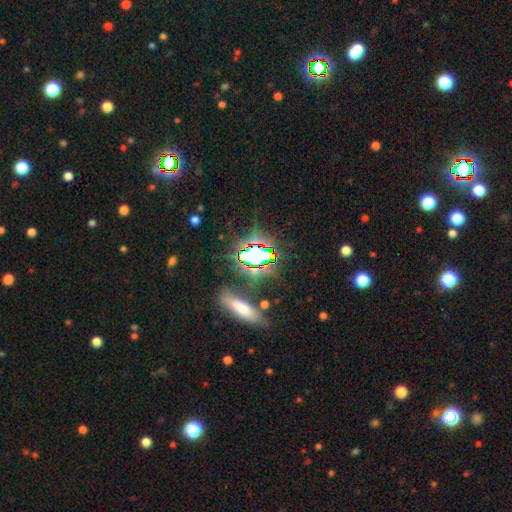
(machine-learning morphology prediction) Smooth or featured? Predicted: star or artifact (p=0.67).